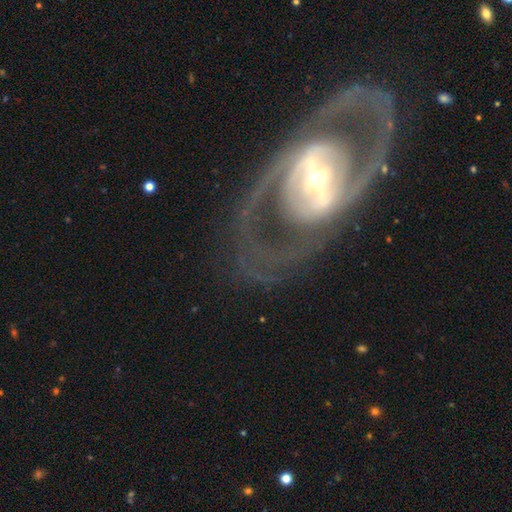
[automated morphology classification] smooth_or_featured: featured or disk (p=0.86) [alt: smooth p=0.09]
disk_edge_on: no (p=0.93) [alt: yes p=0.07]
bar: strong (p=0.42) [alt: weak p=0.31]
has_spiral_arms: yes (p=0.76) [alt: no p=0.24]
spiral_winding: medium (p=0.45) [alt: tight p=0.35]
spiral_arm_count: 2 (p=0.80) [alt: can't tell p=0.11]
bulge_size: small (p=0.43) [alt: moderate p=0.42]
merging: none (p=0.76) [alt: major disturbance p=0.12]